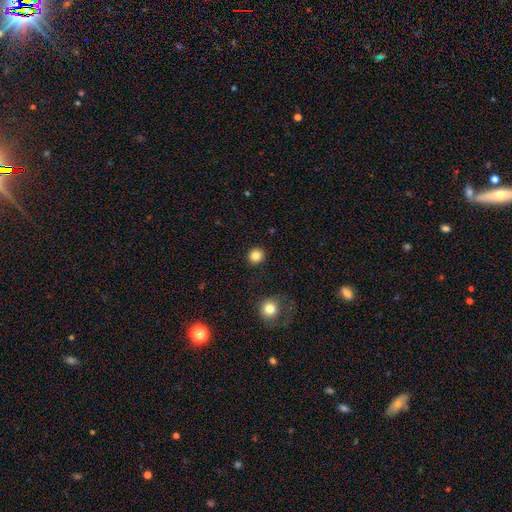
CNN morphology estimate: smooth-or-featured: smooth: 84% | star or artifact: 11% | featured or disk: 5%
  how-rounded: round: 93% | in between: 6% | cigar-shaped: 1%
  merging: none: 92% | minor disturbance: 5% | major disturbance: 2% | merger: 1%